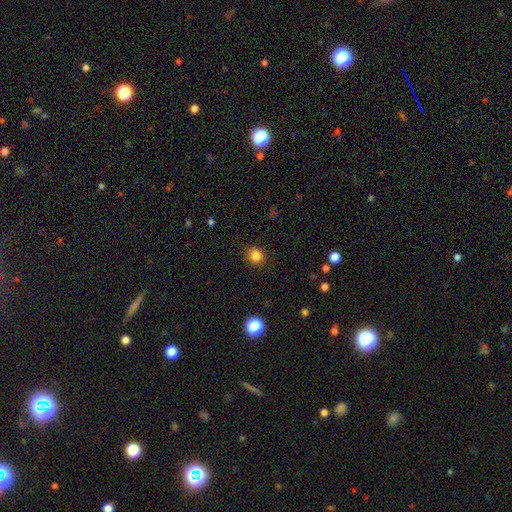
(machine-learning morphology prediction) Smooth or featured? Predicted: smooth (p=0.84). How rounded? Predicted: round (p=0.81). Merging? Predicted: none (p=0.88).